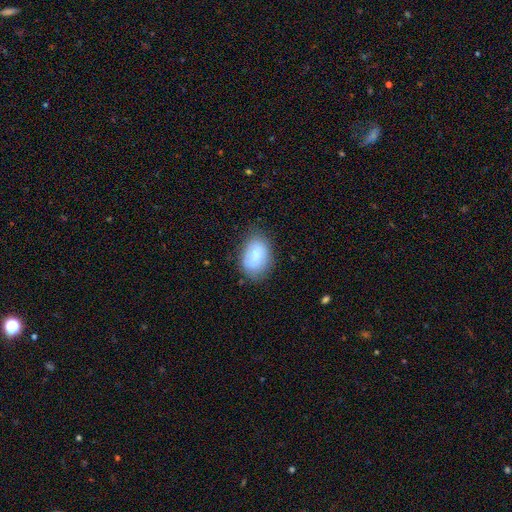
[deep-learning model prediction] Smooth or featured? Predicted: smooth (p=0.79). How rounded? Predicted: in between (p=0.86). Merging? Predicted: none (p=0.71).